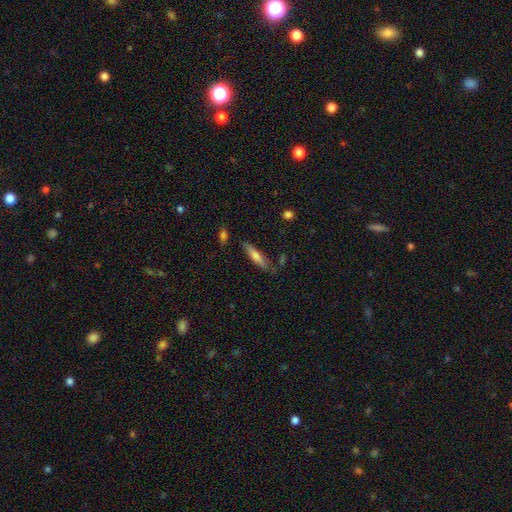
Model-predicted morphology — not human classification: Overall: smooth (65%; featured or disk 29%). How rounded: cigar-shaped (80%). Merging: none (75%).